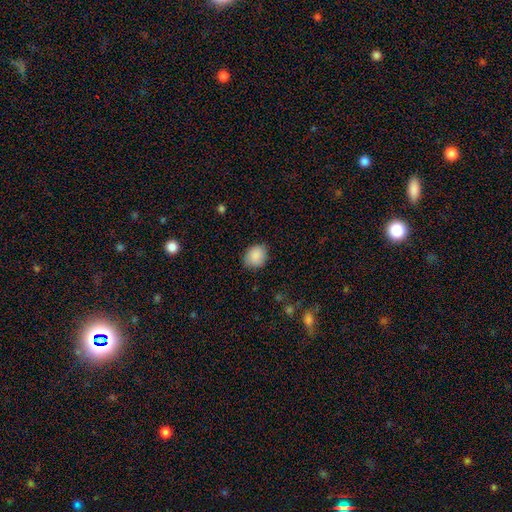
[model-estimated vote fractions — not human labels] Overall: smooth (89%). How rounded: round (55%; in between 45%). Merging: none (81%).